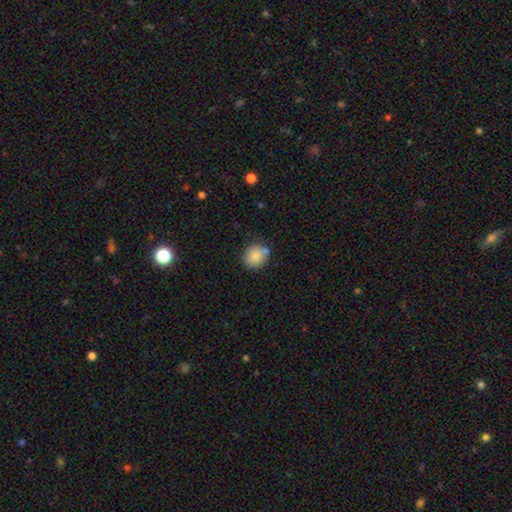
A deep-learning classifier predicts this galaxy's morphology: Smooth or featured? smooth (84%)
How rounded? round (78%)
Merging? none (72%)